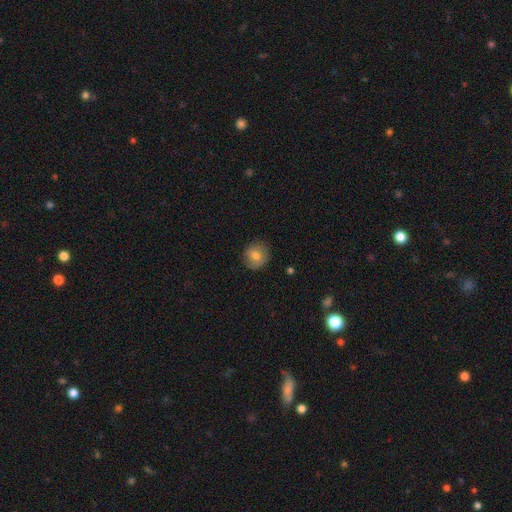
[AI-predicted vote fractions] smooth 75%, featured or disk 15%, star or artifact 9%. Down the decision tree: how rounded — round (87%); merging — none (85%).